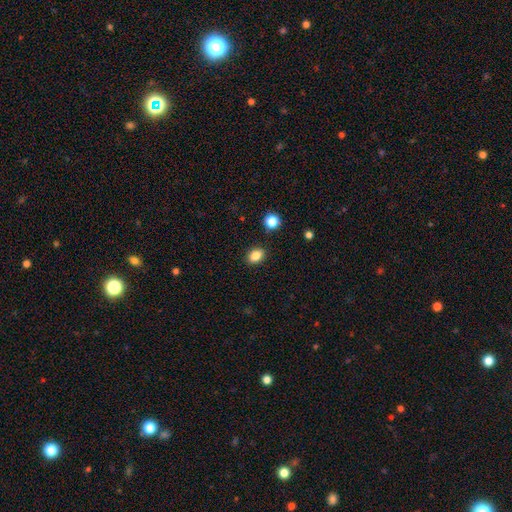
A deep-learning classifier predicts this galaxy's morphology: type=smooth (84%); roundness=in between (69%); merging=none (88%).